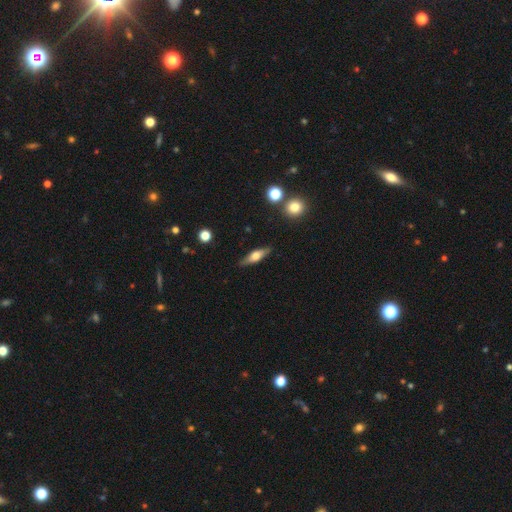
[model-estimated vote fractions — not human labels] A featured or disk galaxy (48%).

Vote fractions:
- Smooth or featured? featured or disk: 48% / smooth: 46% / star or artifact: 7%
- Merging? none: 84% / minor disturbance: 12% / major disturbance: 3% / merger: 2%